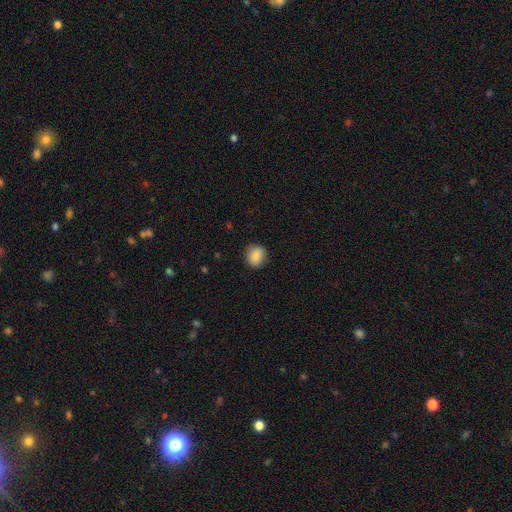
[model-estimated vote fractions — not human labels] Overall: smooth (86%). How rounded: round (70%). Merging: none (86%).